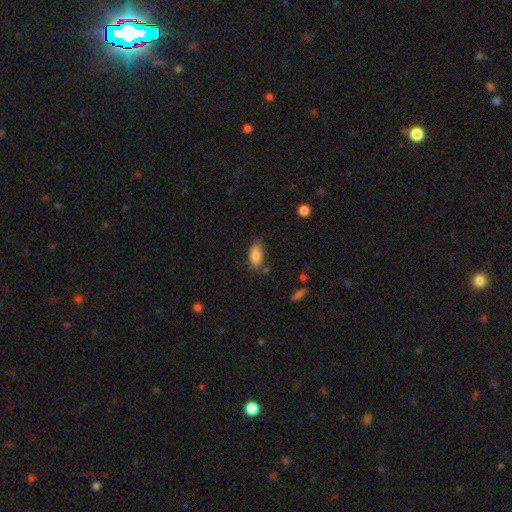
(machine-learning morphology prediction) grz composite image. It shows a smooth galaxy with no disk features (84%) that is in between round and cigar-shaped (89%). Merging: none (75%).